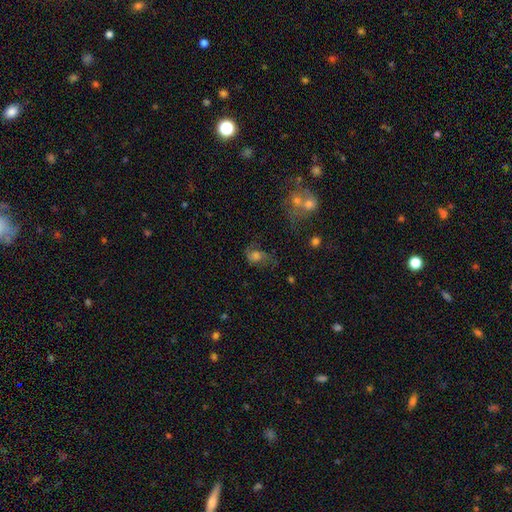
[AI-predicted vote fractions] smooth_or_featured: featured or disk (p=0.47) [alt: smooth p=0.37]
merging: none (p=0.47) [alt: major disturbance p=0.26]